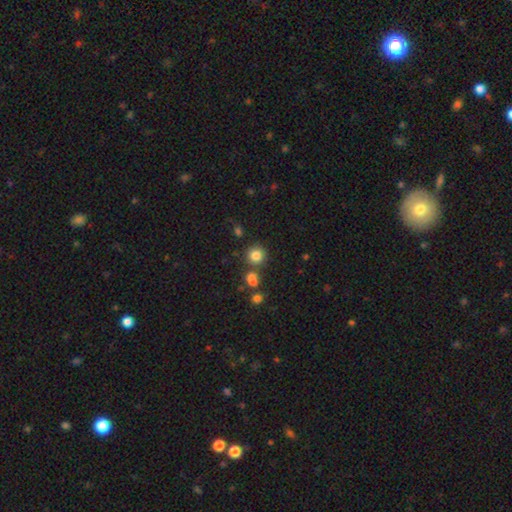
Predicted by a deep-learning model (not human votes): smooth-or-featured: smooth: 81% | star or artifact: 13% | featured or disk: 6%
  how-rounded: round: 91% | in between: 8% | cigar-shaped: 1%
  merging: none: 76% | merger: 12% | minor disturbance: 8% | major disturbance: 3%